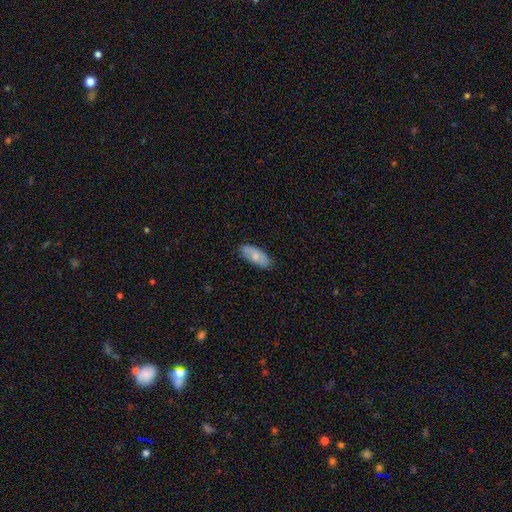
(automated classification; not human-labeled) Smooth or featured: smooth — 76% (featured or disk — 18%)
How rounded: in between — 83% (cigar-shaped — 15%)
Merging: none — 83% (minor disturbance — 13%)